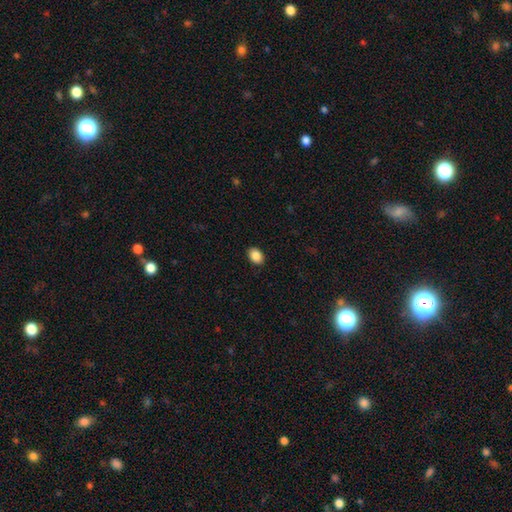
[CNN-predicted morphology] Overall: smooth (88%). How rounded: in between (76%). Merging: none (90%).